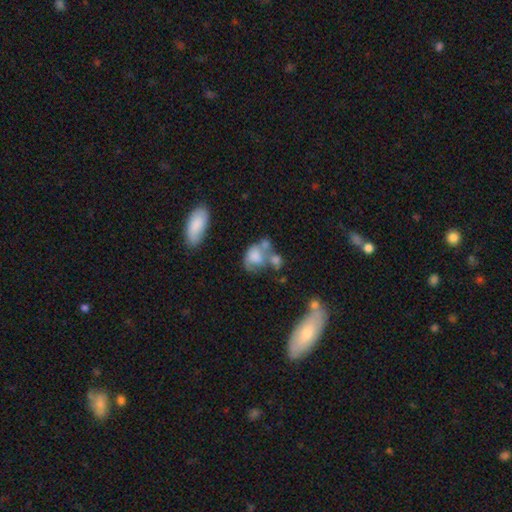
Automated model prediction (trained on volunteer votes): Smooth or featured? smooth (61%)
How rounded? in between (70%)
Merging? merger (40%)